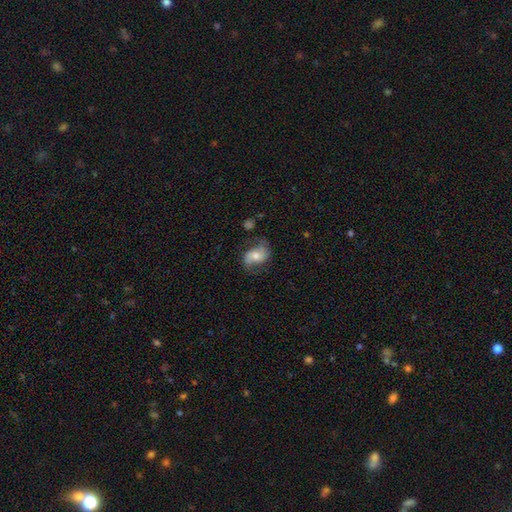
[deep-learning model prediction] Q: Smooth or featured?
A: featured or disk (63%); runner-up: smooth (29%)
Q: Edge-on disk?
A: no (96%); runner-up: yes (4%)
Q: Bar?
A: no (59%); runner-up: weak (30%)
Q: Spiral arms?
A: yes (88%); runner-up: no (12%)
Q: Spiral winding?
A: loose (49%); runner-up: medium (37%)
Q: Spiral arm count?
A: 2 (87%); runner-up: can't tell (6%)
Q: Bulge size?
A: moderate (61%); runner-up: small (30%)
Q: Merging?
A: none (63%); runner-up: minor disturbance (22%)